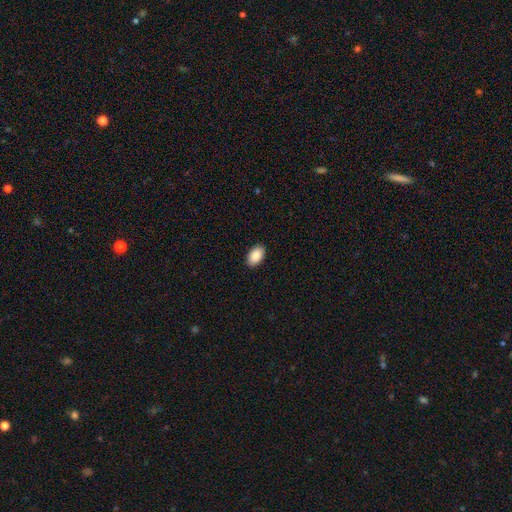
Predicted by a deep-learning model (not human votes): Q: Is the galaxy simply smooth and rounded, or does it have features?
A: smooth — 89%.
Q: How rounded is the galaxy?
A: in between — 94%.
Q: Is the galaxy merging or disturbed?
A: none — 91%.